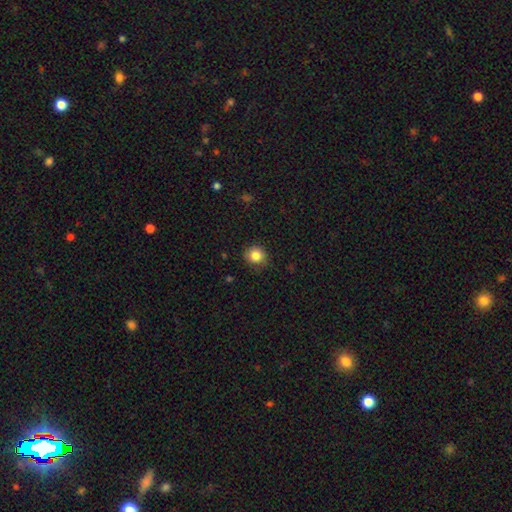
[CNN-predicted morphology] The model was most divided on "merging": none: 84%, minor disturbance: 13%, major disturbance: 3%, merger: 1%. More confident: how rounded — round (87%); smooth or featured — smooth (84%).